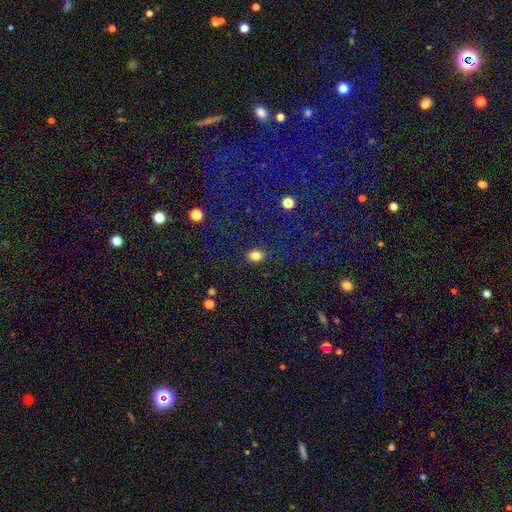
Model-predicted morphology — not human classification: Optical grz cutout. It shows a smooth galaxy with no disk features (82%) that is in between round and cigar-shaped (64%). Merging: none (86%).